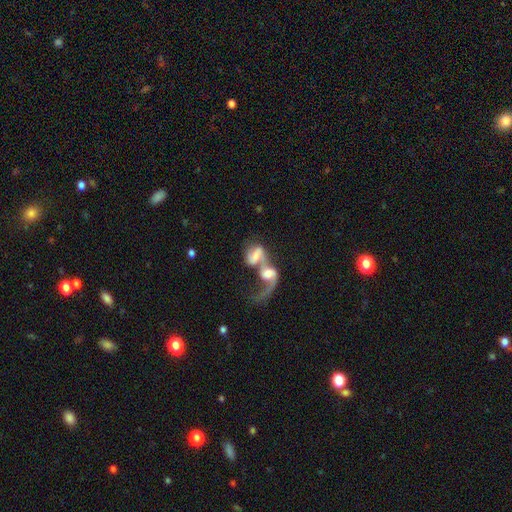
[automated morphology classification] Smooth or featured: featured or disk — 63% (smooth — 29%)
Edge-on disk: no — 95% (yes — 5%)
Bar: weak — 38% (no — 36%)
Spiral arms: yes — 79% (no — 21%)
Bulge size: moderate — 36% (small — 26%)
Merging: merger — 78% (major disturbance — 11%)